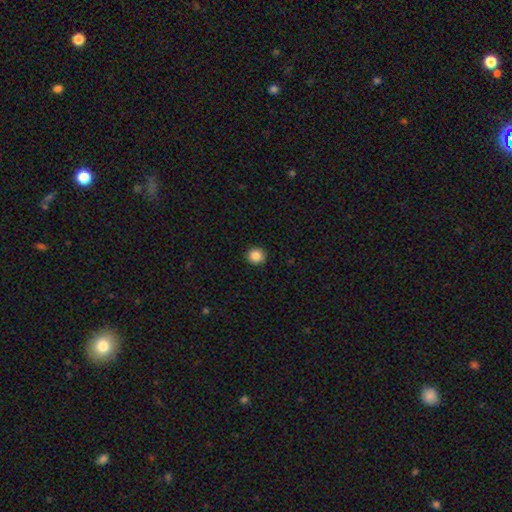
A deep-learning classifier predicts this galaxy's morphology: smooth_or_featured: smooth (p=0.86) [alt: star or artifact p=0.10]
how_rounded: round (p=0.93) [alt: in between p=0.06]
merging: none (p=0.92) [alt: minor disturbance p=0.05]